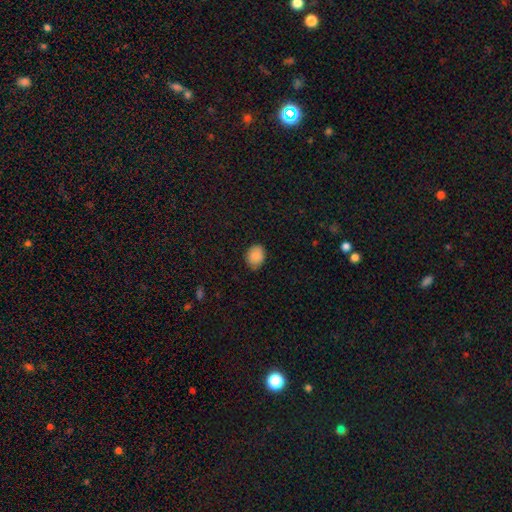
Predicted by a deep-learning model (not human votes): Morphology: type=smooth (88%); roundness=round (50%); merging=none (79%).